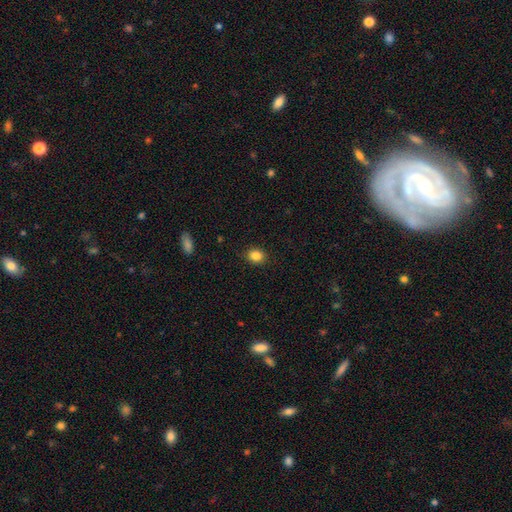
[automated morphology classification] Smooth or featured? smooth (86%)
How rounded? round (53%)
Merging? none (89%)